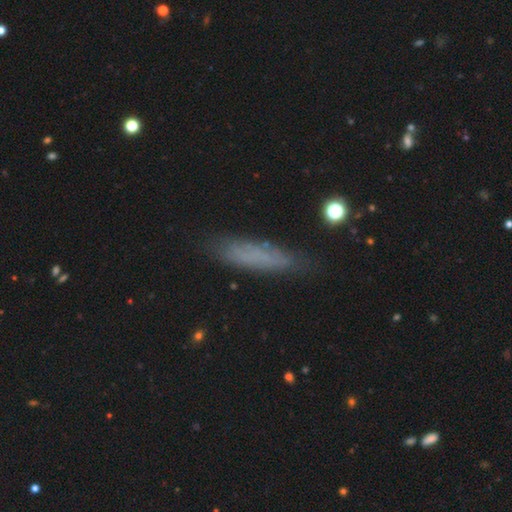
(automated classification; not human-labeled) Smooth or featured? smooth (63%)
How rounded? cigar-shaped (79%)
Merging? none (79%)